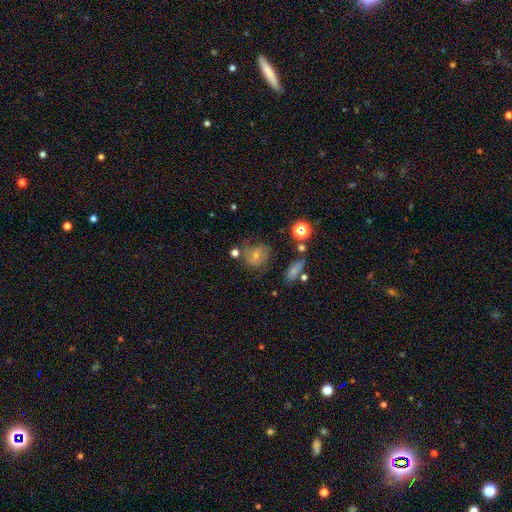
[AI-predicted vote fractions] Smooth or featured?
  - smooth: 52% *
  - featured or disk: 34%
  - star or artifact: 14%
How rounded?
  - round: 70% *
  - in between: 29%
  - cigar-shaped: 1%
Merging?
  - none: 55% *
  - minor disturbance: 24%
  - major disturbance: 14%
  - merger: 8%